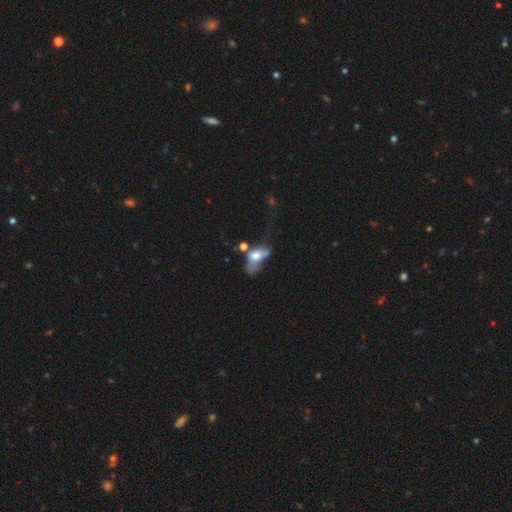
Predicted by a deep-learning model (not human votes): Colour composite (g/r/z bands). It shows a smooth galaxy with no disk features (54%) that is in between round and cigar-shaped (81%). Merging: major disturbance (40%).